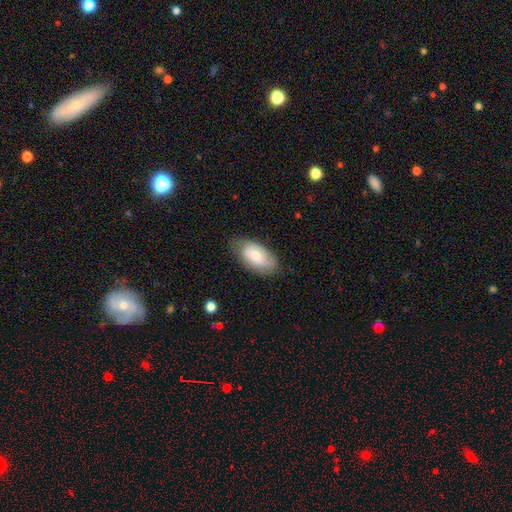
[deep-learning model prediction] A smooth galaxy with no disk features (60%) that is in between round and cigar-shaped (93%). Merging: none (75%).